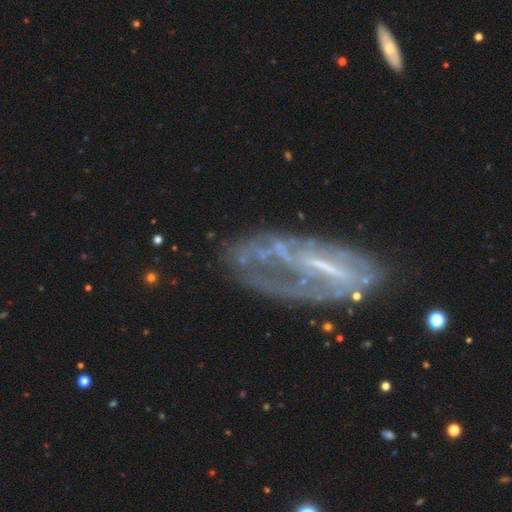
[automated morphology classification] This appears to be a featured or disk galaxy (77%) with a strong bar (37%, tied with weak), spiral arms (63%) and no central bulge (40%, tied with small). Merging: none (45%).